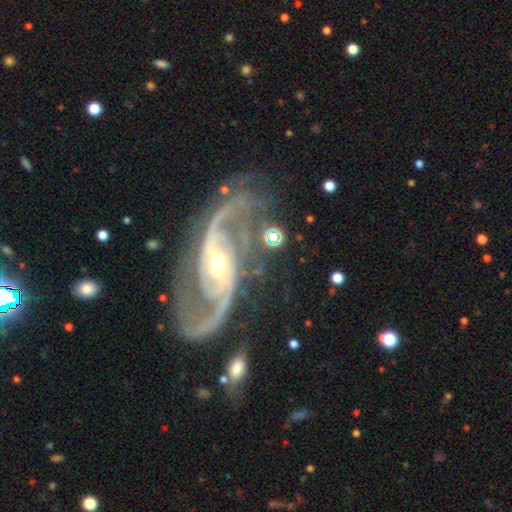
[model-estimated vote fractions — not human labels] featured or disk 92%, star or artifact 5%, smooth 3%. Down the decision tree: edge-on disk — no (96%); bar — no (37%); spiral arms — yes (98%); spiral arm count — 2 (90%); spiral winding — medium (53%); bulge size — moderate (48%); merging — none (69%).